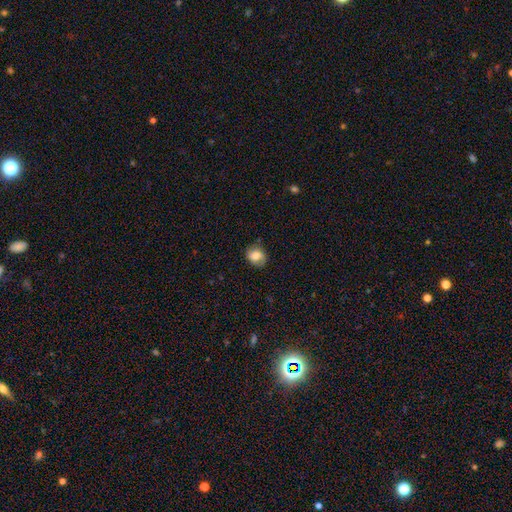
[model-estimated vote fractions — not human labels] smooth-or-featured: smooth: 76% | featured or disk: 15% | star or artifact: 9%
  how-rounded: round: 65% | in between: 34% | cigar-shaped: 1%
  merging: none: 79% | minor disturbance: 16% | major disturbance: 4% | merger: 1%